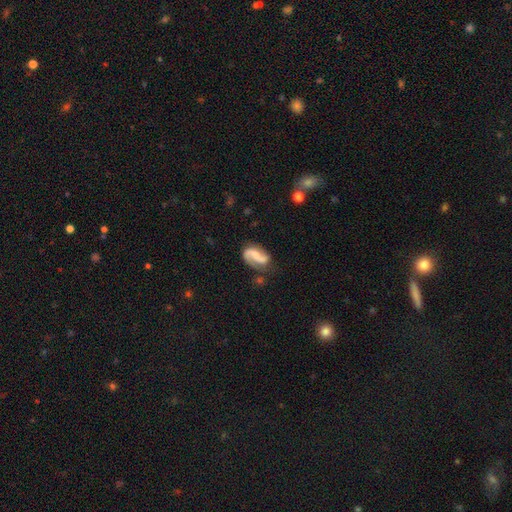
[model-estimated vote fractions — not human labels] smooth_or_featured: featured or disk (p=0.80) [alt: smooth p=0.14]
disk_edge_on: no (p=0.98) [alt: yes p=0.02]
bar: weak (p=0.38) [alt: no p=0.37]
has_spiral_arms: yes (p=0.95) [alt: no p=0.05]
spiral_winding: loose (p=0.49) [alt: medium p=0.37]
spiral_arm_count: 2 (p=0.85) [alt: 1 p=0.09]
bulge_size: none (p=0.43) [alt: small p=0.29]
merging: none (p=0.65) [alt: minor disturbance p=0.20]